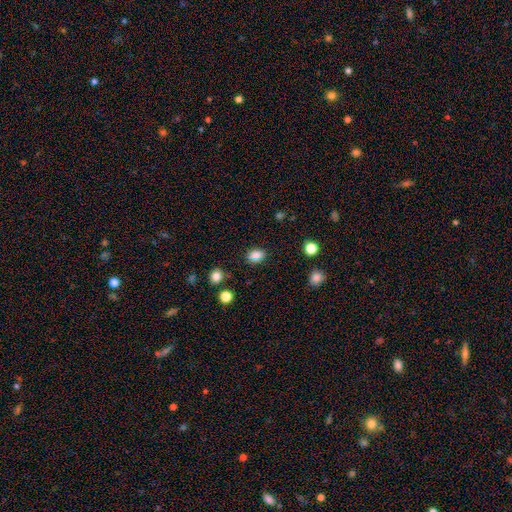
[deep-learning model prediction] Smooth or featured: smooth — 76% (star or artifact — 16%)
How rounded: in between — 68% (round — 30%)
Merging: none — 79% (minor disturbance — 13%)